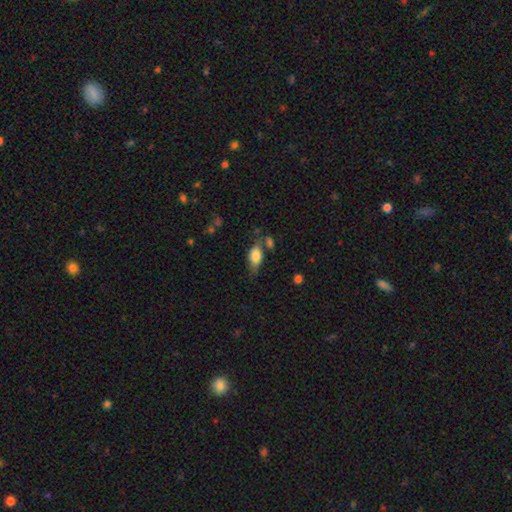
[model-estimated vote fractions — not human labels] Morphology: type=smooth (77%); roundness=in between (87%); merging=none (50%).